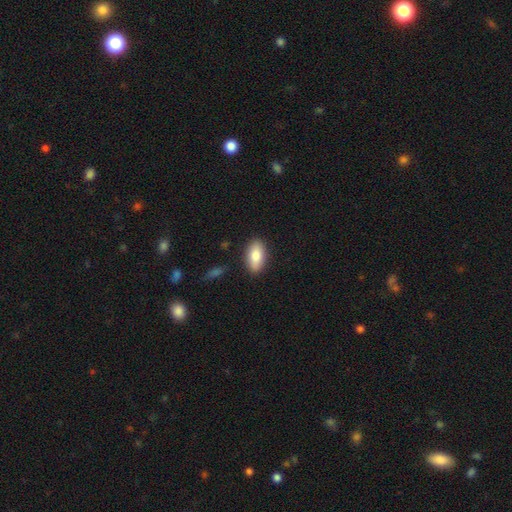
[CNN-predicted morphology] A smooth galaxy with no disk features (82%) that is in between round and cigar-shaped (90%).

Vote fractions:
- Smooth or featured? smooth: 82% / featured or disk: 12% / star or artifact: 6%
- How rounded? in between: 90% / cigar-shaped: 6% / round: 4%
- Merging? none: 87% / minor disturbance: 9% / major disturbance: 2% / merger: 2%